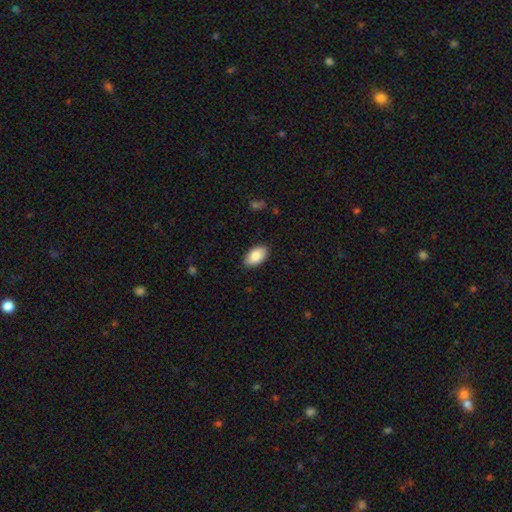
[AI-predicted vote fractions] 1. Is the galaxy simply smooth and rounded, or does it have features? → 87% smooth, 7% featured or disk, 6% star or artifact.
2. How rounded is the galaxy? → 94% in between, 4% round, 1% cigar-shaped.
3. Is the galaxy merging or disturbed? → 87% none, 10% minor disturbance, 2% major disturbance, 1% merger.